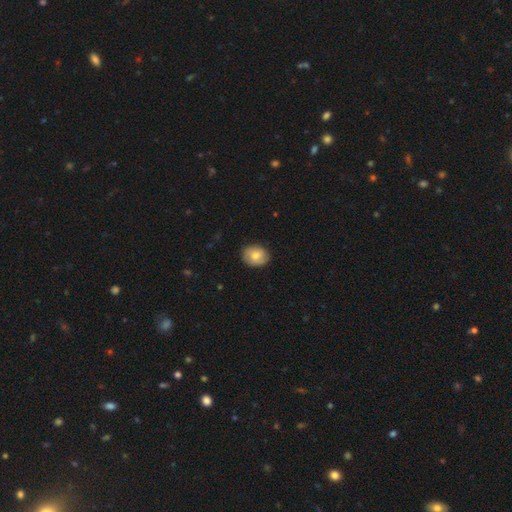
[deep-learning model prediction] Morphology: type=smooth (76%); roundness=round (53%); merging=none (84%).